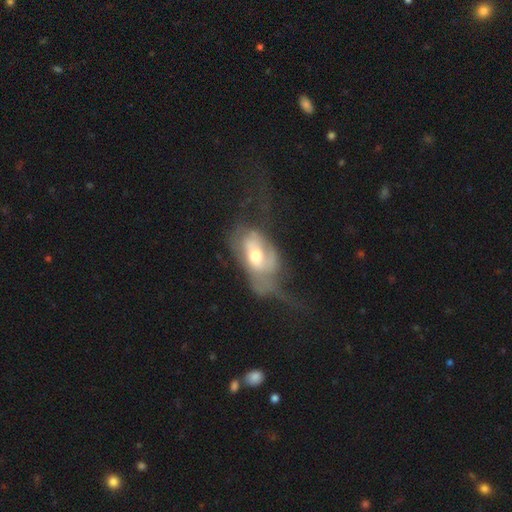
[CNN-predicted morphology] This appears to be a featured or disk galaxy (57%) with no bar (70%), no spiral arms (54%) and a moderate central bulge (69%). Merging: major disturbance (56%).